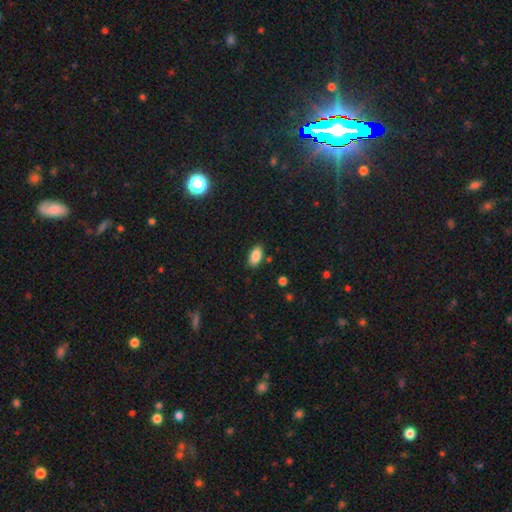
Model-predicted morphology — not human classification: Smooth or featured: smooth — 87% (star or artifact — 8%)
How rounded: in between — 93% (cigar-shaped — 4%)
Merging: none — 85% (minor disturbance — 10%)